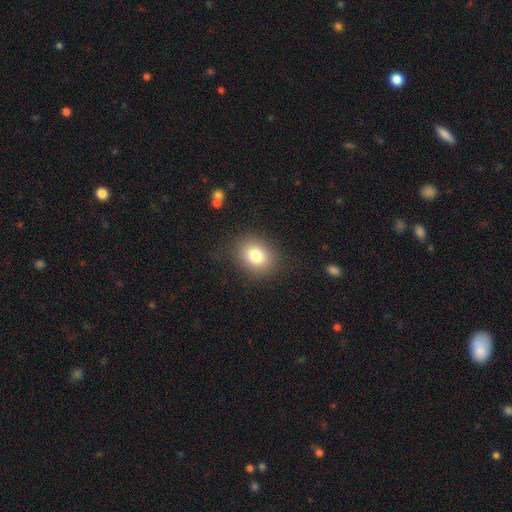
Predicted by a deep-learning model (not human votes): smooth 81%, star or artifact 11%, featured or disk 9%. Down the decision tree: how rounded — round (54%); merging — none (84%).